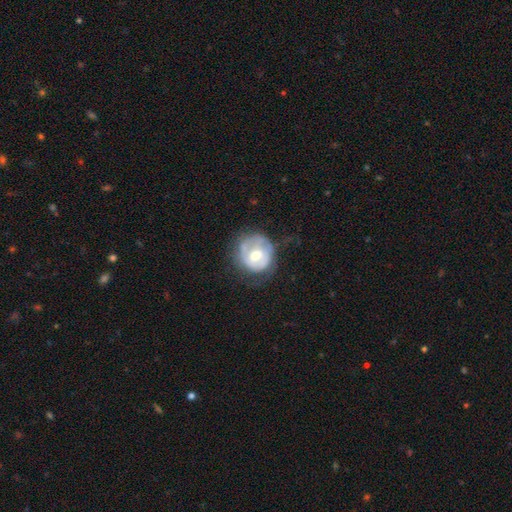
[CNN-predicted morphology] Smooth or featured? Predicted: featured or disk (p=0.57). Edge-on disk? Predicted: no (p=0.97). Bar? Predicted: no (p=0.52). Spiral arms? Predicted: yes (p=0.58). Bulge size? Predicted: moderate (p=0.69). Merging? Predicted: none (p=0.53).